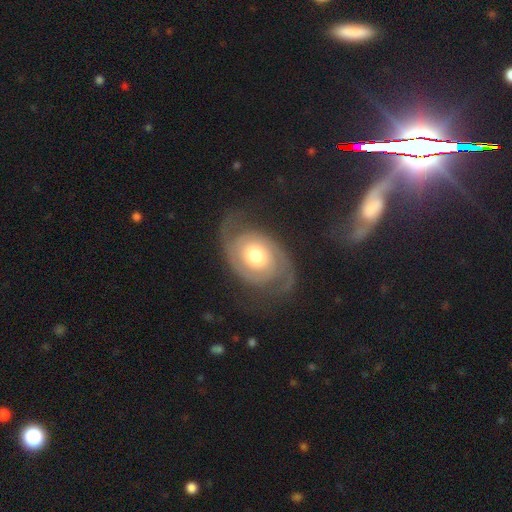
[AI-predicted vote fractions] A featured or disk galaxy (86%) with no bar (79%), 2 (89%) tight (48%) spiral arms (96%) and a moderate central bulge (66%). Merging: none (73%).